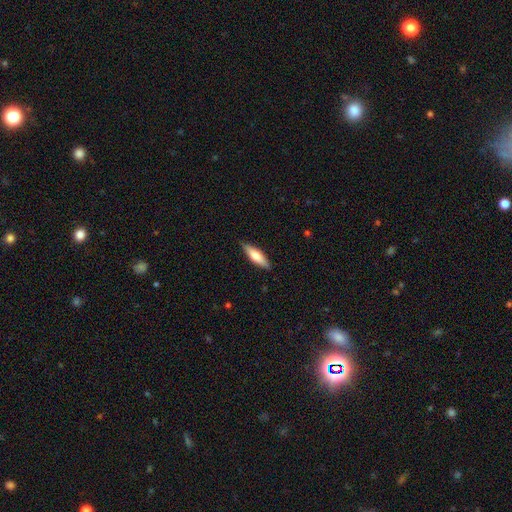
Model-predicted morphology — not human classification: Q: Smooth or featured?
A: smooth (63%); runner-up: featured or disk (32%)
Q: How rounded?
A: cigar-shaped (60%); runner-up: in between (38%)
Q: Merging?
A: none (87%); runner-up: minor disturbance (10%)